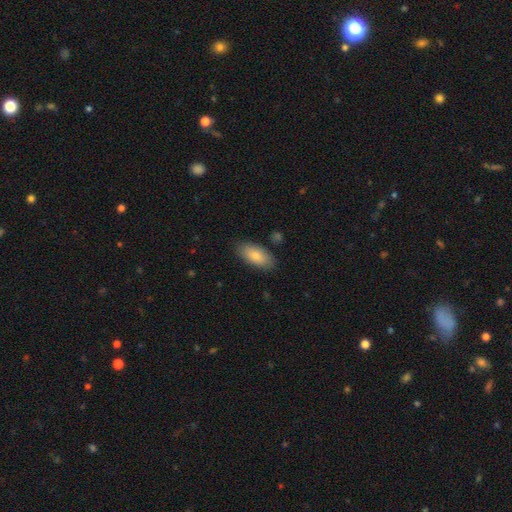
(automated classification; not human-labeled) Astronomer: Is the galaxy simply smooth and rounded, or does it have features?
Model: smooth — 81%.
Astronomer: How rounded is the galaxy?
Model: in between — 90%.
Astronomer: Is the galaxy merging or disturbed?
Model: none — 84%.